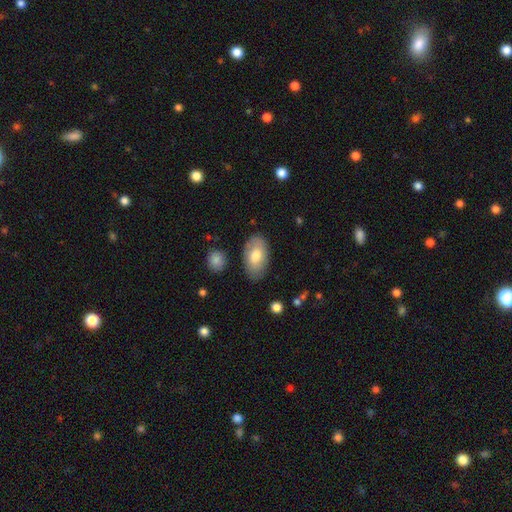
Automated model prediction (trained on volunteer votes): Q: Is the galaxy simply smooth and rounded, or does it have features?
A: smooth — 72%.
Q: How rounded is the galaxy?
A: in between — 94%.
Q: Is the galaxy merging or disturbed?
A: none — 80%.